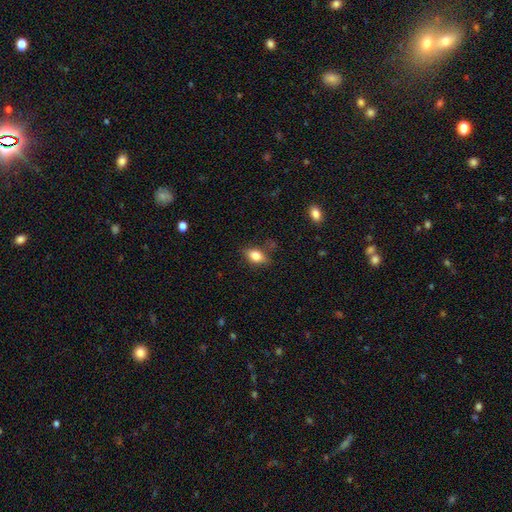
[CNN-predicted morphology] smooth-or-featured: smooth: 80% | featured or disk: 11% | star or artifact: 9%
  how-rounded: in between: 82% | round: 13% | cigar-shaped: 4%
  merging: none: 71% | minor disturbance: 21% | major disturbance: 5% | merger: 3%